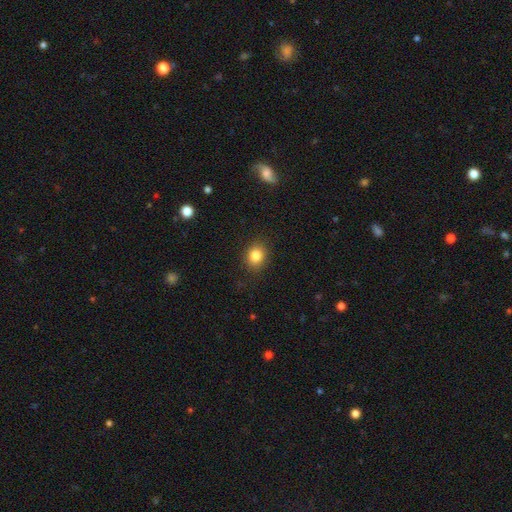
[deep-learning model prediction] This is clearly a smooth galaxy (83%). How rounded: likely round (64%). Merging: clearly none (87%).